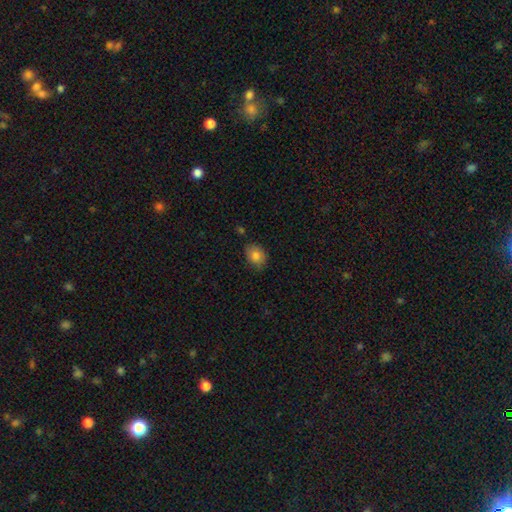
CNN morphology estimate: Smooth or featured: smooth — 82% (star or artifact — 9%)
How rounded: in between — 56% (round — 43%)
Merging: none — 76% (minor disturbance — 19%)